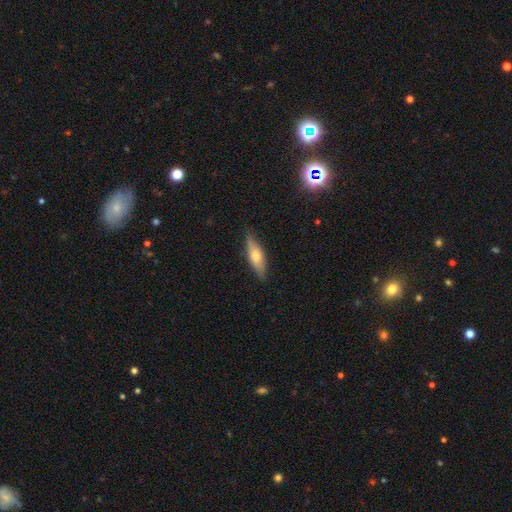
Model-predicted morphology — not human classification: Smooth or featured: smooth — 52% (featured or disk — 42%)
How rounded: cigar-shaped — 52% (in between — 45%)
Merging: none — 84% (minor disturbance — 13%)